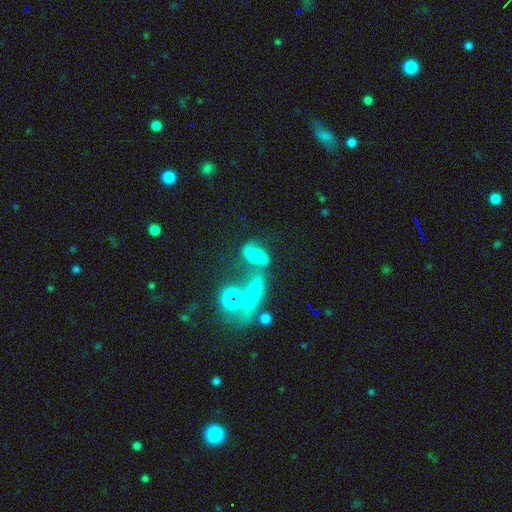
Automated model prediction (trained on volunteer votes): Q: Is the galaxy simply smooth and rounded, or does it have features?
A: featured or disk — 57%.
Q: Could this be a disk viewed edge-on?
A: no — 90%.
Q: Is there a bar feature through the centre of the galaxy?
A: no — 54%.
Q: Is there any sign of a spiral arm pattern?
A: yes — 84%.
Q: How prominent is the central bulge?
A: moderate — 61%.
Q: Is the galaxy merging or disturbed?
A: none — 44%.